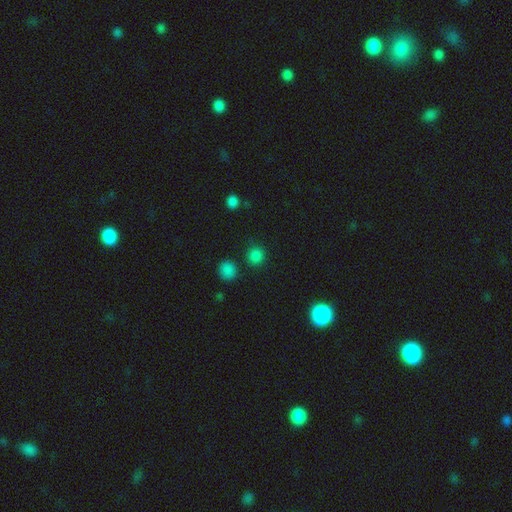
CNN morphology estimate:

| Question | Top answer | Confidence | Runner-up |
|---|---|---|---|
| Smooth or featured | smooth | 80% | star or artifact (17%) |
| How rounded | round | 90% | in between (9%) |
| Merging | none | 84% | minor disturbance (8%) |